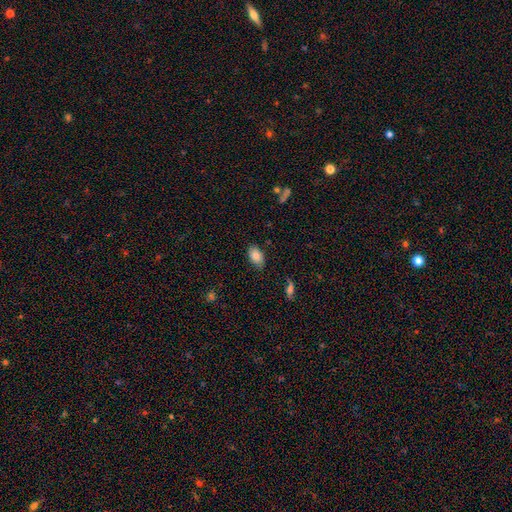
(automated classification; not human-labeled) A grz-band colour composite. It shows a smooth galaxy with no disk features (83%) that is in between round and cigar-shaped (91%). Merging: none (81%).